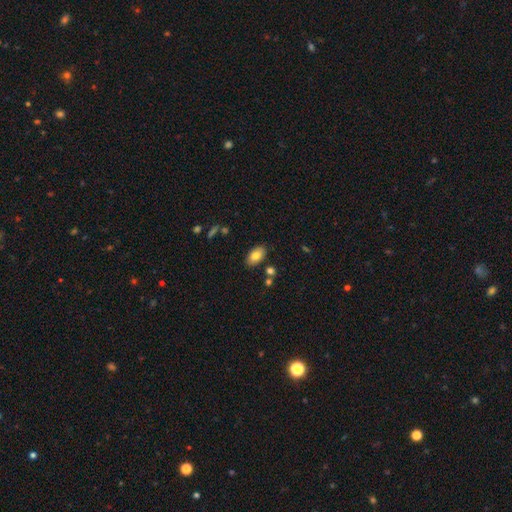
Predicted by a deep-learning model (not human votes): Smooth or featured? Predicted: smooth (p=0.79). How rounded? Predicted: in between (p=0.94). Merging? Predicted: none (p=0.84).